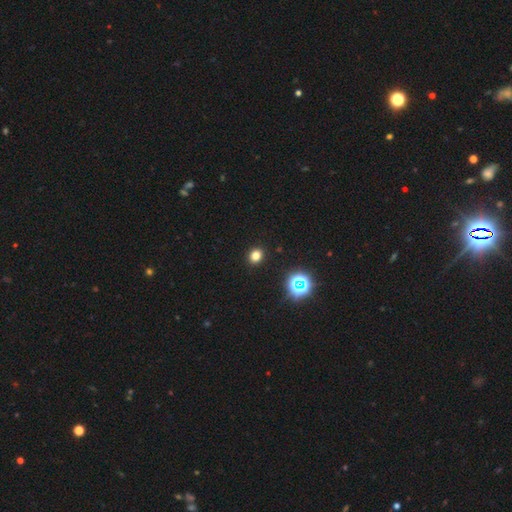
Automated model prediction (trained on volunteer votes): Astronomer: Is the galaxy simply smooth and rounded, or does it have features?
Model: smooth — 76%.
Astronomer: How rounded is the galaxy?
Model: round — 75%.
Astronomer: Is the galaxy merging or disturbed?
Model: none — 92%.